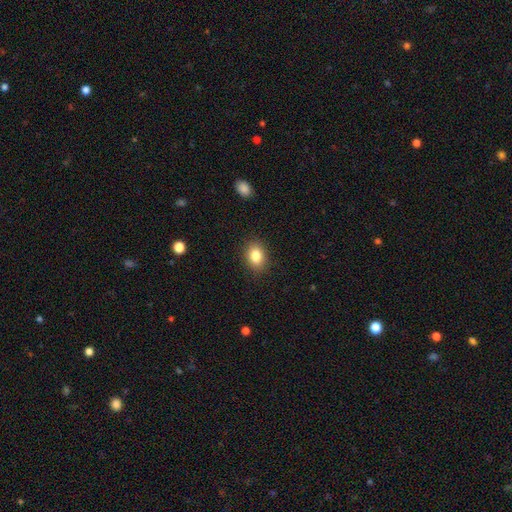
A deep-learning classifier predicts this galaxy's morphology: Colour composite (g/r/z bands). It shows a smooth galaxy with no disk features (83%) that is in between round and cigar-shaped (66%). Merging: none (88%).